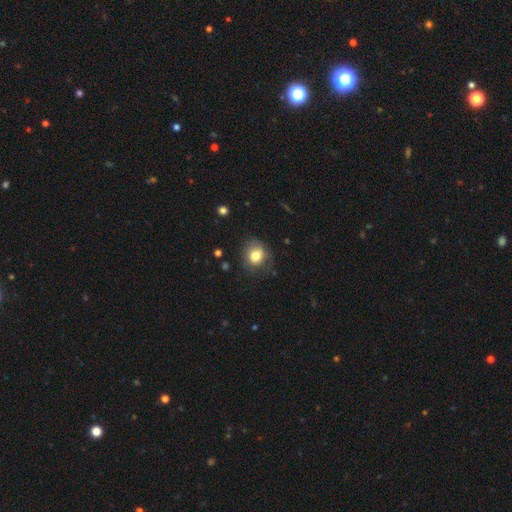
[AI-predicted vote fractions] Morphology: type=smooth (78%); roundness=round (66%); merging=none (68%).